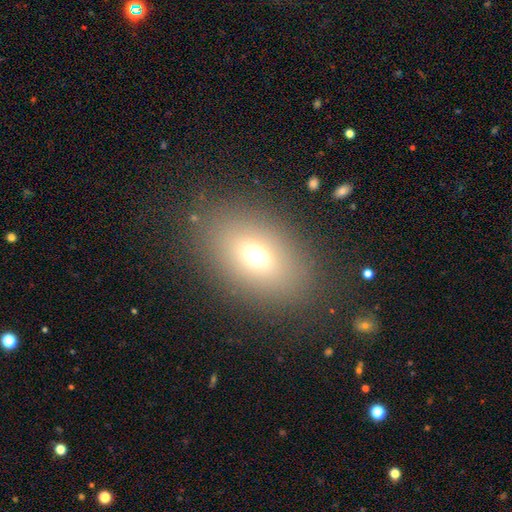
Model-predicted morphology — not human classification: Overall: smooth (67%). How rounded: in between (81%). Merging: none (84%).